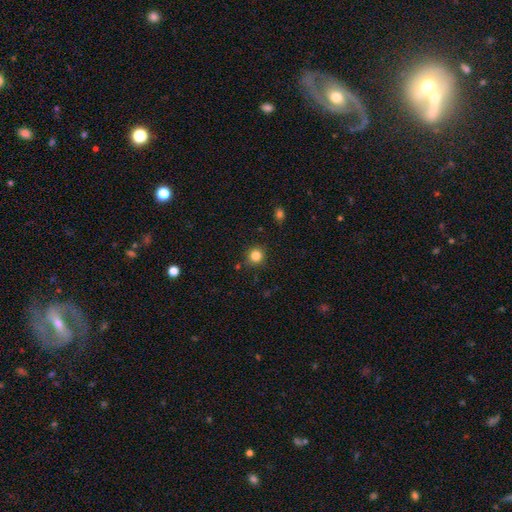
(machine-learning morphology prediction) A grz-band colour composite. It shows a smooth galaxy with no disk features (84%) that is round (92%). Merging: none (86%).